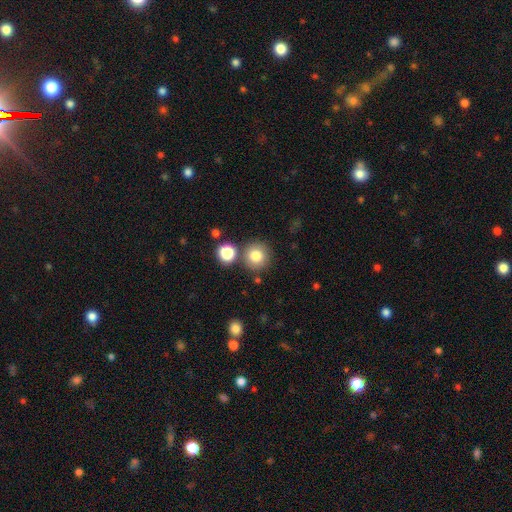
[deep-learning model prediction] smooth-or-featured: smooth: 80% | star or artifact: 12% | featured or disk: 8%
  how-rounded: round: 92% | in between: 7% | cigar-shaped: 1%
  merging: none: 79% | merger: 9% | minor disturbance: 9% | major disturbance: 3%